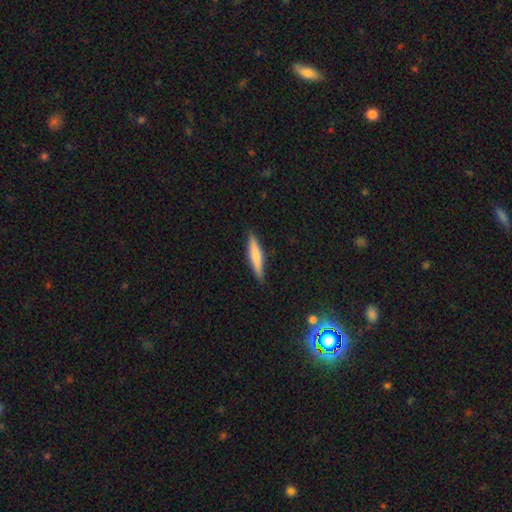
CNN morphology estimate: This appears to be a smooth galaxy with no disk features (64%) that is cigar-shaped (88%). Merging: none (89%).